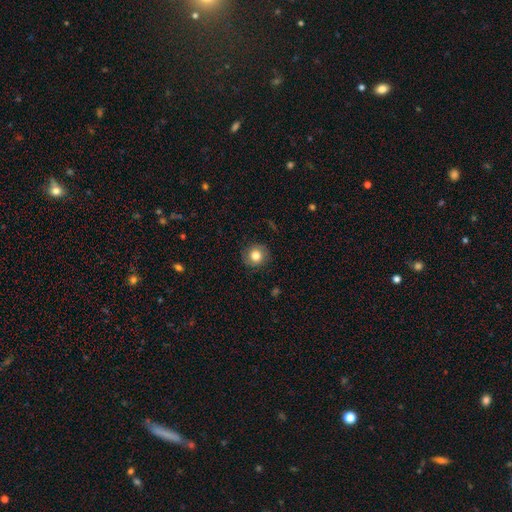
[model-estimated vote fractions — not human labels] Q: Smooth or featured?
A: smooth (77%); runner-up: featured or disk (13%)
Q: How rounded?
A: round (90%); runner-up: in between (9%)
Q: Merging?
A: none (87%); runner-up: minor disturbance (10%)